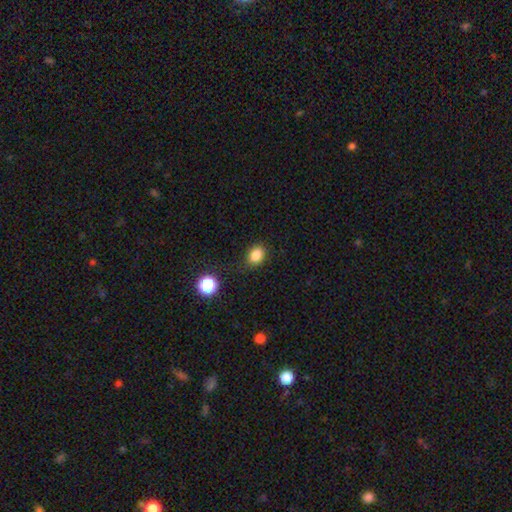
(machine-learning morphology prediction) Q: Smooth or featured?
A: smooth (84%); runner-up: star or artifact (12%)
Q: How rounded?
A: in between (56%); runner-up: round (43%)
Q: Merging?
A: none (80%); runner-up: minor disturbance (14%)